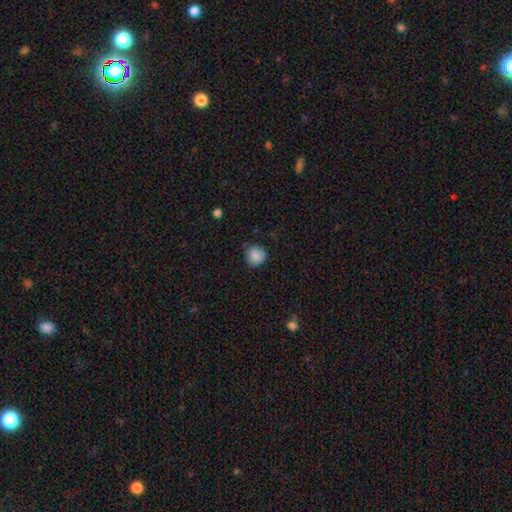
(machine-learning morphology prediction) smooth_or_featured: smooth (p=0.85) [alt: star or artifact p=0.09]
how_rounded: round (p=0.86) [alt: in between p=0.13]
merging: none (p=0.73) [alt: minor disturbance p=0.22]